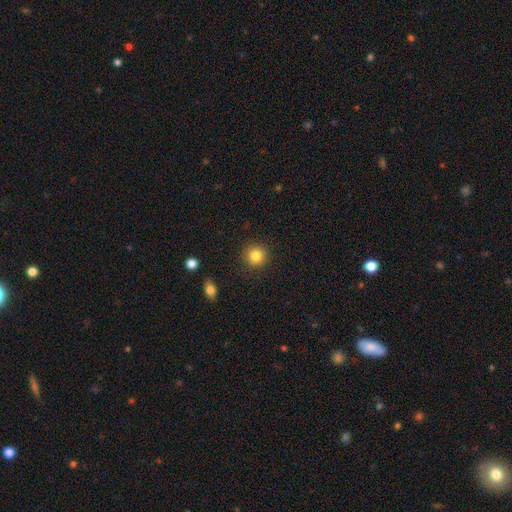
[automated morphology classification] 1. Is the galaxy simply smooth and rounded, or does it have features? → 83% smooth, 11% star or artifact, 6% featured or disk.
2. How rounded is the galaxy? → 93% round, 6% in between, 1% cigar-shaped.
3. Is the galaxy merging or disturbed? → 90% none, 6% minor disturbance, 2% major disturbance, 1% merger.